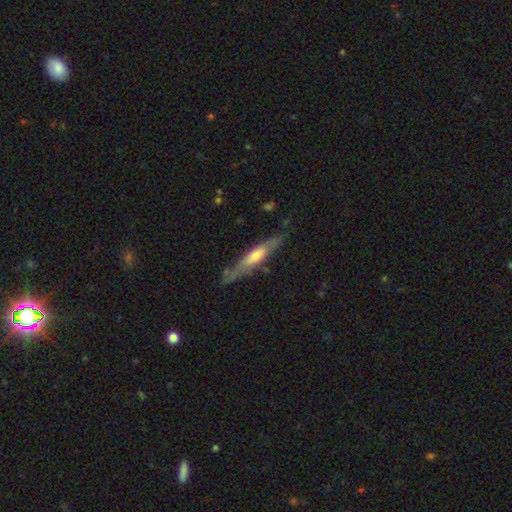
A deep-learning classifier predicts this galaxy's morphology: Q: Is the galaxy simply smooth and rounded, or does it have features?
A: featured or disk — 59%.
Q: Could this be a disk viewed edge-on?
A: yes — 86%.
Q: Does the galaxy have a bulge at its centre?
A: rounded — 60%.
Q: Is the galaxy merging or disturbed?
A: none — 76%.